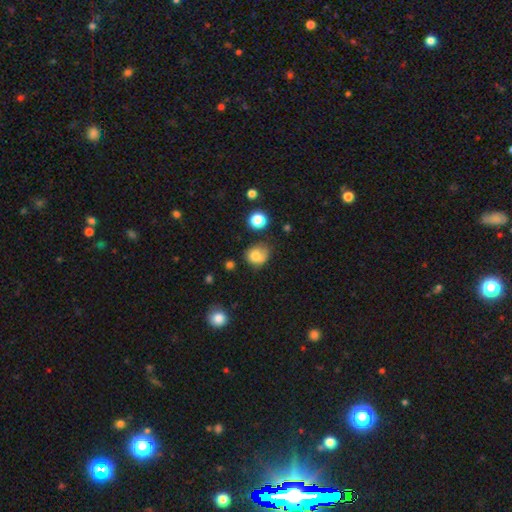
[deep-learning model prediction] Smooth or featured: smooth — 76% (featured or disk — 12%)
How rounded: round — 70% (in between — 30%)
Merging: none — 51% (minor disturbance — 31%)